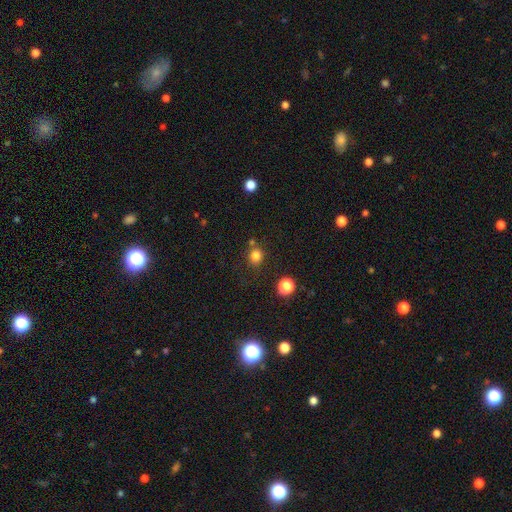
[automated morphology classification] Q: Smooth or featured?
A: smooth (81%); runner-up: star or artifact (14%)
Q: How rounded?
A: round (78%); runner-up: in between (21%)
Q: Merging?
A: none (74%); runner-up: minor disturbance (12%)